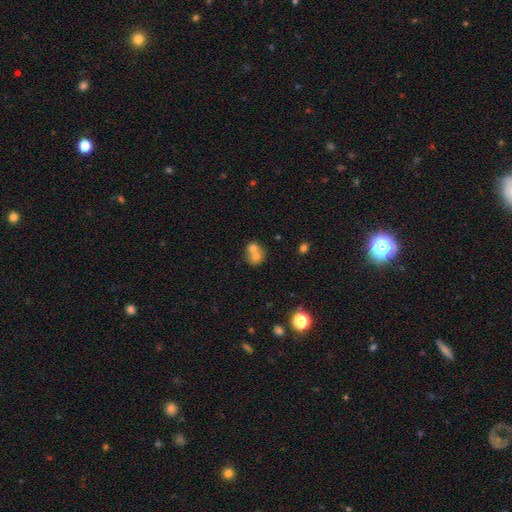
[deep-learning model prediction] smooth_or_featured: smooth (p=0.67) [alt: featured or disk p=0.21]
how_rounded: round (p=0.69) [alt: in between p=0.30]
merging: merger (p=0.67) [alt: none p=0.25]